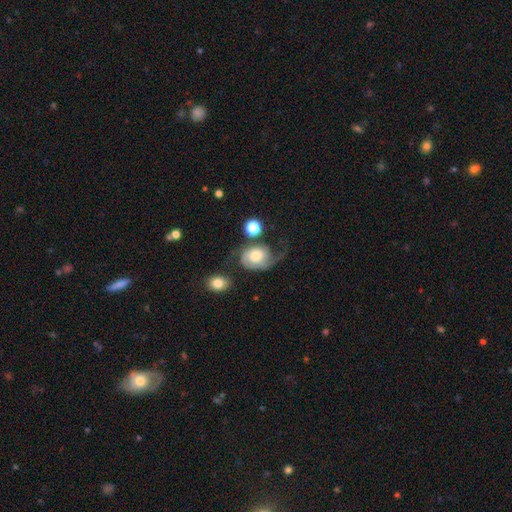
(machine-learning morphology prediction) Smooth or featured: featured or disk — 67% (smooth — 26%)
Edge-on disk: no — 97% (yes — 3%)
Bar: no — 74% (weak — 22%)
Spiral arms: yes — 90% (no — 10%)
Spiral winding: loose — 39% (medium — 37%)
Spiral arm count: 2 — 50% (1 — 39%)
Bulge size: moderate — 50% (large — 29%)
Merging: major disturbance — 36% (none — 34%)